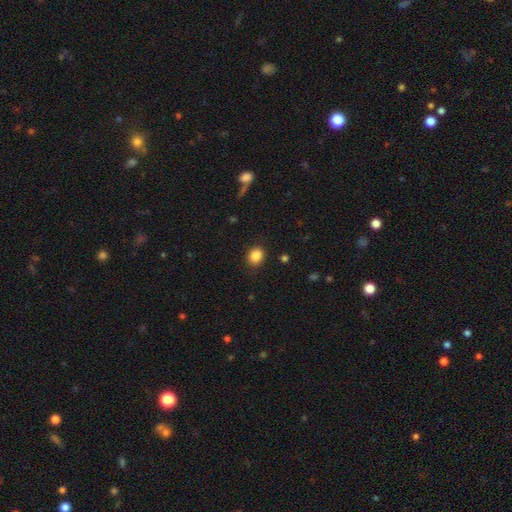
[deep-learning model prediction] A smooth galaxy with no disk features (87%) that is round (64%). Merging: none (86%).